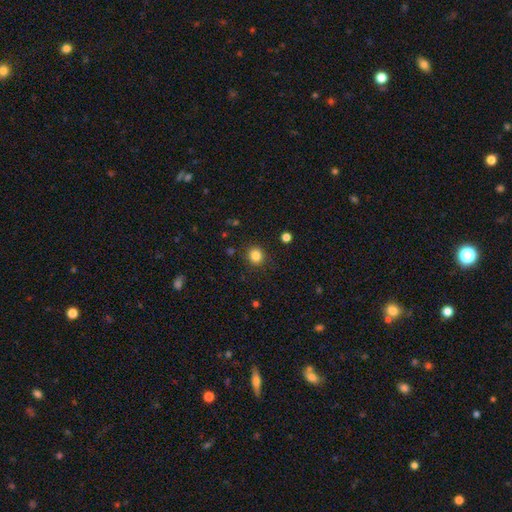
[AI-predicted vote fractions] The model was most divided on "smooth or featured": smooth: 84%, star or artifact: 12%, featured or disk: 4%. More confident: merging — none (90%); how rounded — round (89%).